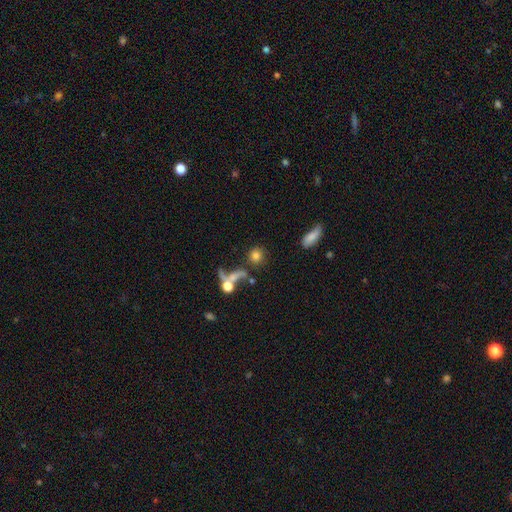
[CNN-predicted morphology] Q: Smooth or featured?
A: smooth (75%); runner-up: featured or disk (13%)
Q: How rounded?
A: round (79%); runner-up: in between (18%)
Q: Merging?
A: none (54%); runner-up: merger (22%)